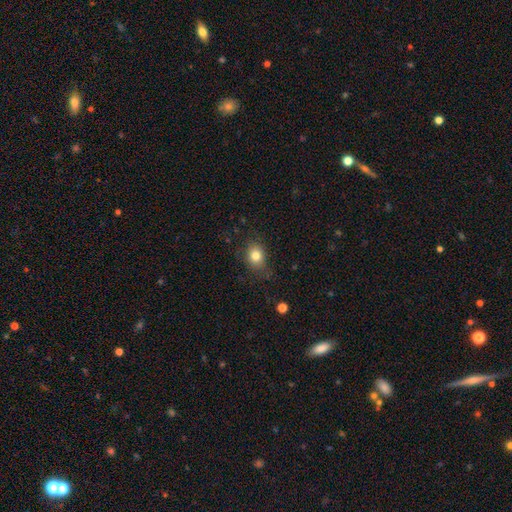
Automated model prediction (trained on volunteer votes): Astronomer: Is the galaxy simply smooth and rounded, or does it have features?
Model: smooth — 81%.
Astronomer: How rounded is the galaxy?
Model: round — 53% (runner-up: in between, 46%).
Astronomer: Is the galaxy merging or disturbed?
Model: none — 76%.